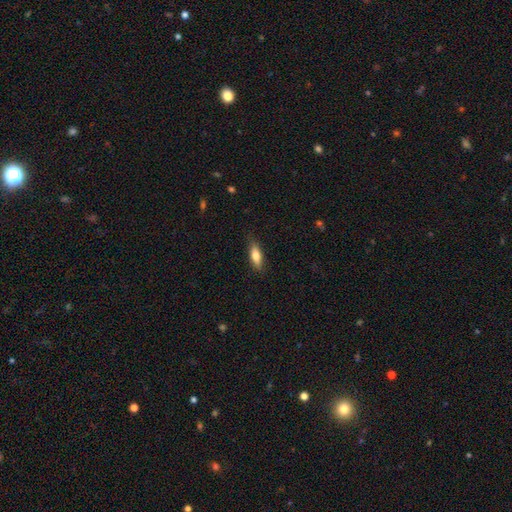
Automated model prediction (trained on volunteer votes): smooth-or-featured: smooth: 75% | featured or disk: 18% | star or artifact: 6%
  how-rounded: in between: 64% | cigar-shaped: 33% | round: 3%
  merging: none: 83% | minor disturbance: 14% | major disturbance: 3% | merger: 1%